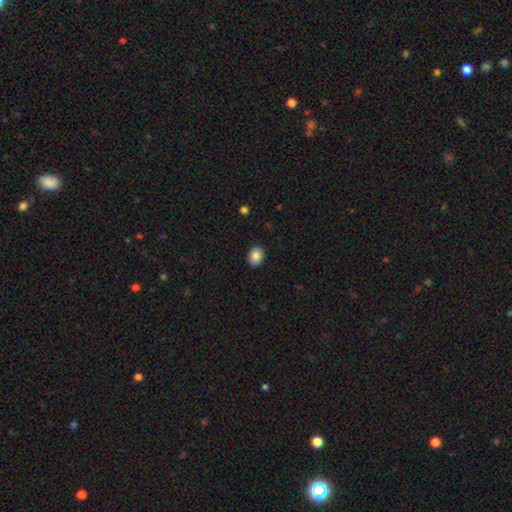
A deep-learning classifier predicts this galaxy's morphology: The model was most divided on "how rounded": round: 53%, in between: 47%, cigar-shaped: 1%. More confident: merging — none (90%); smooth or featured — smooth (86%).